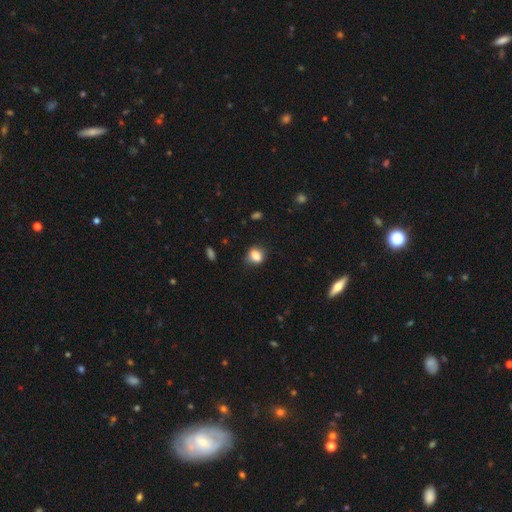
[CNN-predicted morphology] Smooth or featured?
  - smooth: 82% *
  - star or artifact: 10%
  - featured or disk: 8%
How rounded?
  - in between: 51% *
  - round: 47%
  - cigar-shaped: 2%
Merging?
  - none: 73% *
  - minor disturbance: 20%
  - major disturbance: 5%
  - merger: 2%